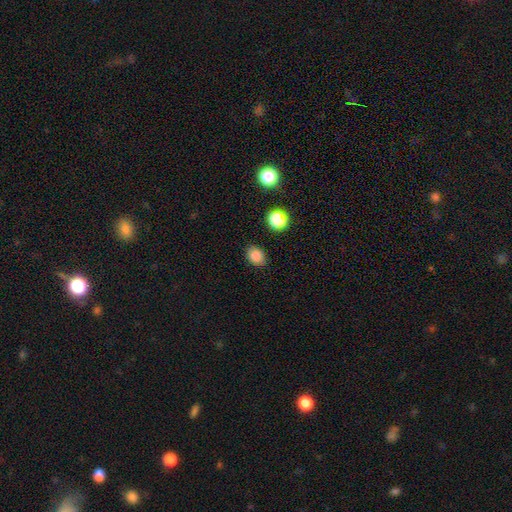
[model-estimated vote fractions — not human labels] Q: Smooth or featured?
A: smooth (83%); runner-up: star or artifact (12%)
Q: How rounded?
A: in between (55%); runner-up: round (44%)
Q: Merging?
A: none (85%); runner-up: minor disturbance (11%)